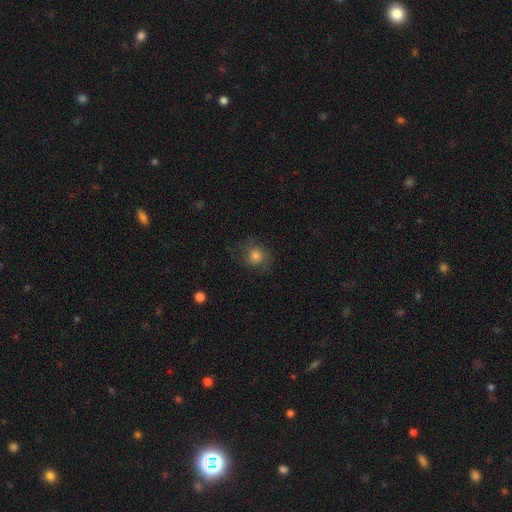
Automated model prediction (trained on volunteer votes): Smooth or featured? smooth (59%)
How rounded? round (79%)
Merging? none (67%)